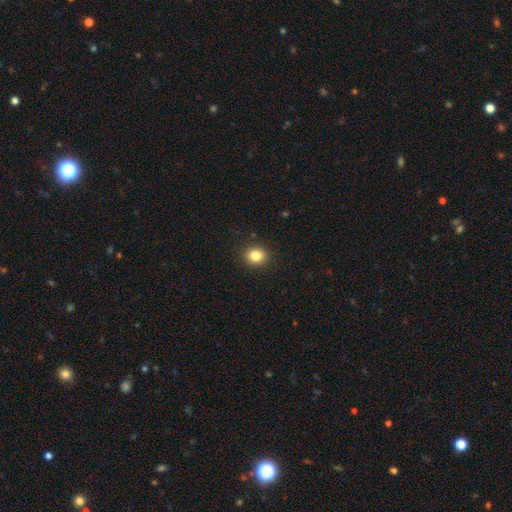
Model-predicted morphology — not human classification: This appears to be a smooth galaxy with no disk features (84%) that is round (70%). Merging: none (90%).